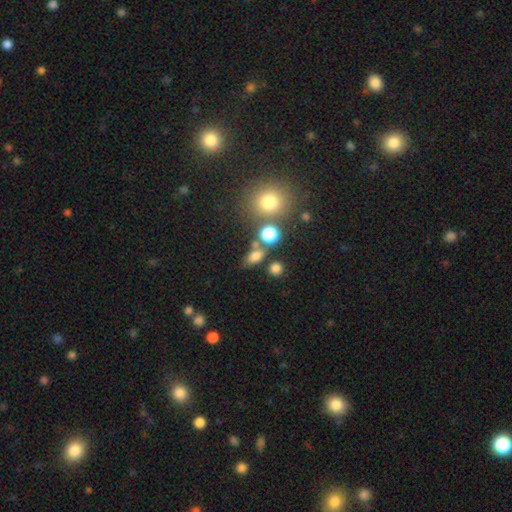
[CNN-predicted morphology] smooth_or_featured: smooth (p=0.73) [alt: star or artifact p=0.17]
how_rounded: in between (p=0.66) [alt: round p=0.30]
merging: none (p=0.62) [alt: merger p=0.18]